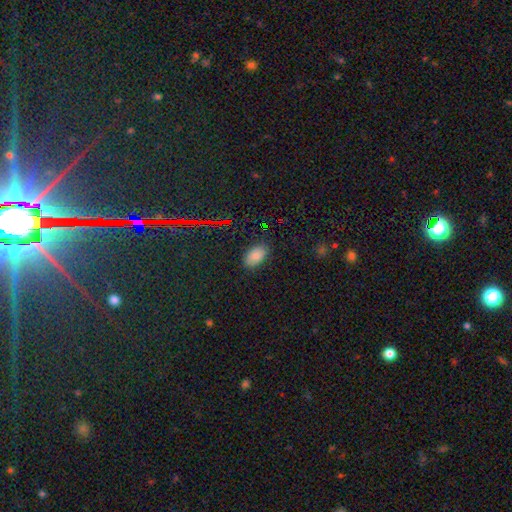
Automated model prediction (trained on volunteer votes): smooth-or-featured: smooth: 74% | star or artifact: 18% | featured or disk: 8%
  how-rounded: in between: 93% | round: 6% | cigar-shaped: 2%
  merging: none: 82% | minor disturbance: 13% | major disturbance: 3% | merger: 1%